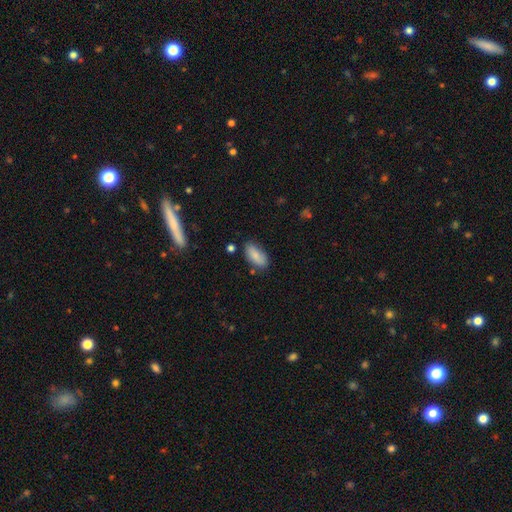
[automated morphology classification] Overall: smooth (84%). How rounded: in between (89%). Merging: none (75%).